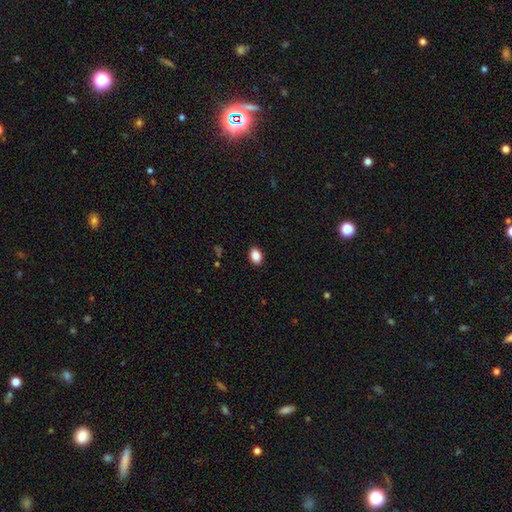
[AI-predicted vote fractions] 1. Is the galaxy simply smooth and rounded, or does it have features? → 88% smooth, 8% star or artifact, 4% featured or disk.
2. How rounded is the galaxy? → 83% in between, 16% round, 1% cigar-shaped.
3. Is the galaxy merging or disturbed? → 89% none, 8% minor disturbance, 2% major disturbance, 1% merger.